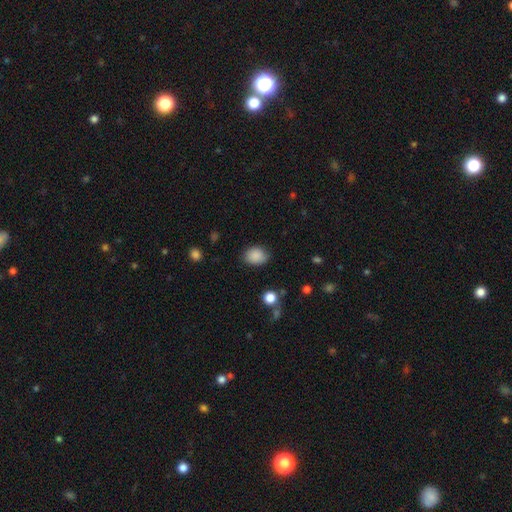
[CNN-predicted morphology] Smooth or featured? Predicted: smooth (p=0.88). How rounded? Predicted: in between (p=0.59). Merging? Predicted: none (p=0.80).